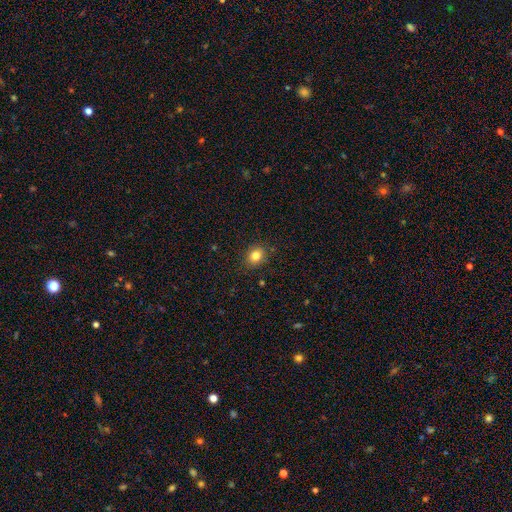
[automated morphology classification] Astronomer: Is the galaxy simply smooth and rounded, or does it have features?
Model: smooth — 82%.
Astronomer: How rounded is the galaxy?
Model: round — 55% (runner-up: in between, 44%).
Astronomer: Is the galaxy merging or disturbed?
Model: none — 87%.